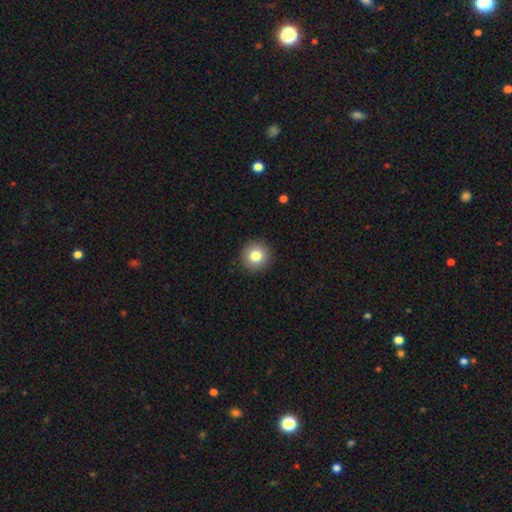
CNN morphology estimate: Smooth or featured: smooth — 81% (star or artifact — 10%)
How rounded: round — 95% (in between — 5%)
Merging: none — 92% (minor disturbance — 5%)